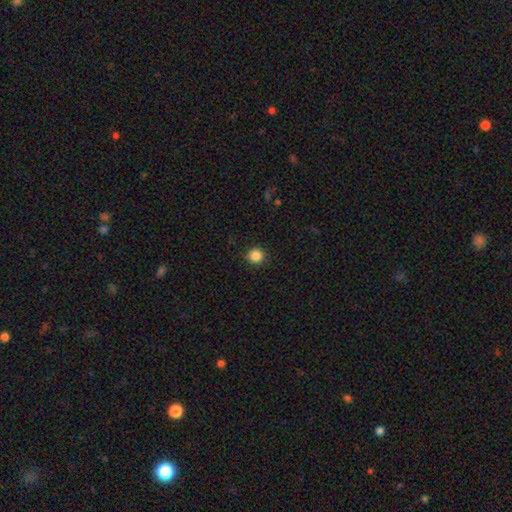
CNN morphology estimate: This appears to be a smooth galaxy with no disk features (86%) that is round (94%). Merging: none (91%).